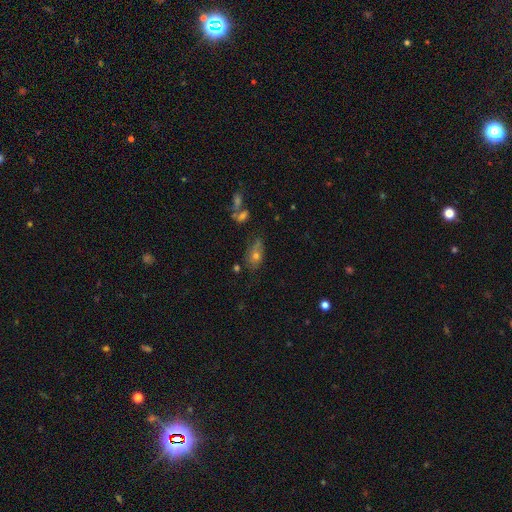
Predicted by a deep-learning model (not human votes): Smooth or featured?
  - smooth: 54% *
  - featured or disk: 29%
  - star or artifact: 17%
How rounded?
  - in between: 78% *
  - round: 17%
  - cigar-shaped: 5%
Merging?
  - none: 55% *
  - minor disturbance: 25%
  - major disturbance: 11%
  - merger: 8%